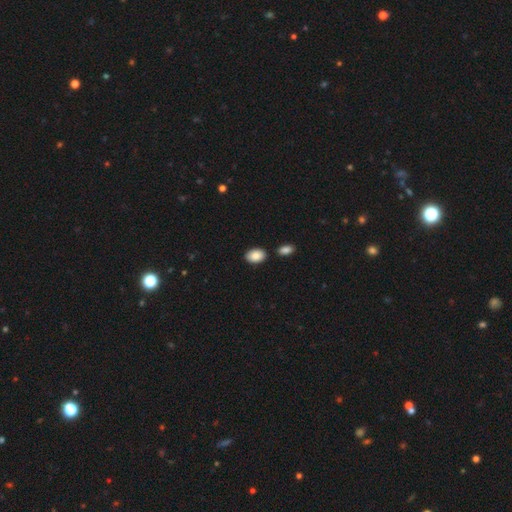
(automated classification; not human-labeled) Smooth or featured: smooth — 89% (star or artifact — 6%)
How rounded: in between — 89% (round — 10%)
Merging: none — 82% (minor disturbance — 9%)